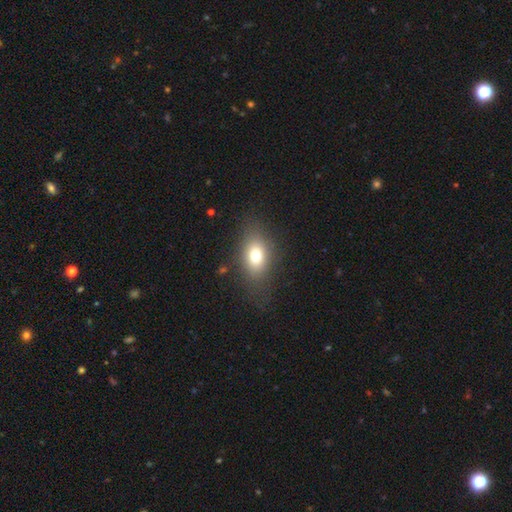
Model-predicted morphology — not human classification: Overall: smooth (74%). How rounded: in between (76%). Merging: none (75%).